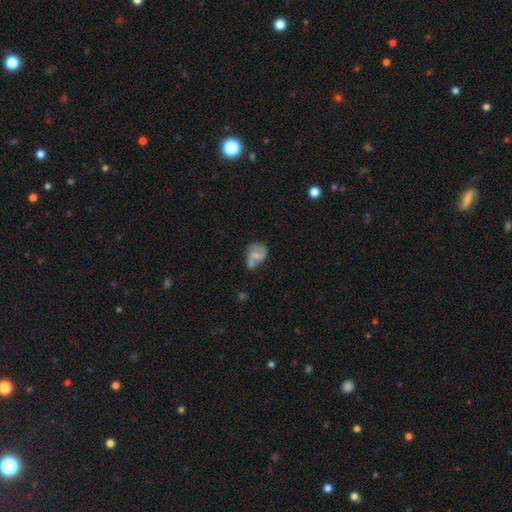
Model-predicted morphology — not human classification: smooth_or_featured: featured or disk (p=0.51) [alt: smooth p=0.40]
disk_edge_on: no (p=0.97) [alt: yes p=0.03]
merging: none (p=0.34) [alt: merger p=0.29]